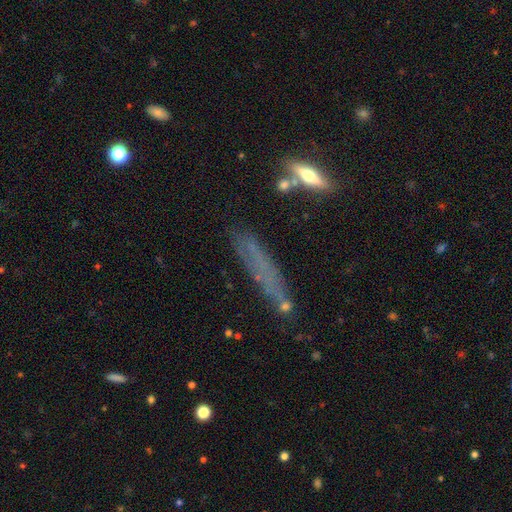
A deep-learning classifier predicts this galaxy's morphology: Q: Smooth or featured?
A: smooth (49%); runner-up: featured or disk (37%)
Q: Merging?
A: none (58%); runner-up: minor disturbance (25%)